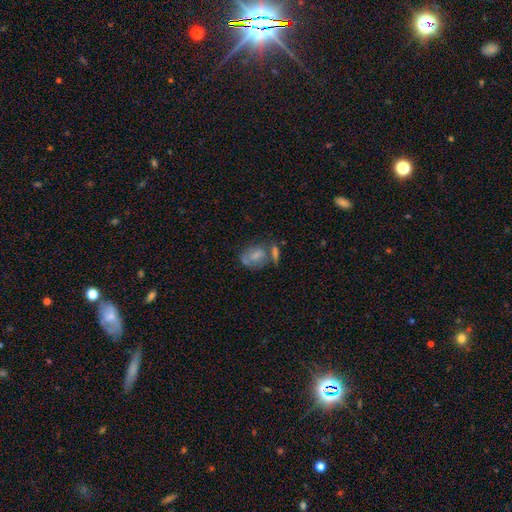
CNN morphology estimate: A smooth galaxy with no disk features (56%) that is in between round and cigar-shaped (74%). Merging: none (35%).